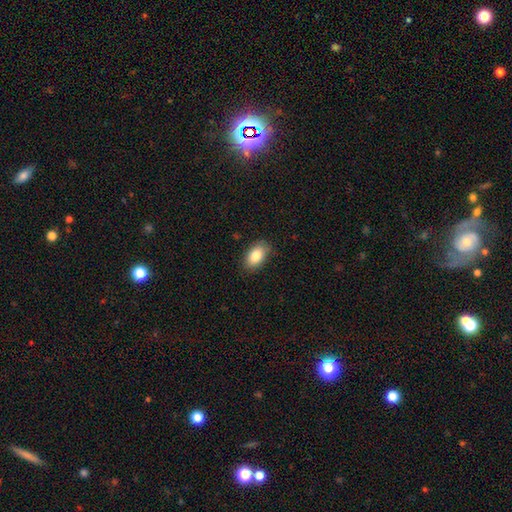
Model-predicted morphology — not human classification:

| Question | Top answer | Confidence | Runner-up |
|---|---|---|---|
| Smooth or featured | smooth | 84% | featured or disk (9%) |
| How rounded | in between | 91% | round (7%) |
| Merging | none | 83% | minor disturbance (13%) |